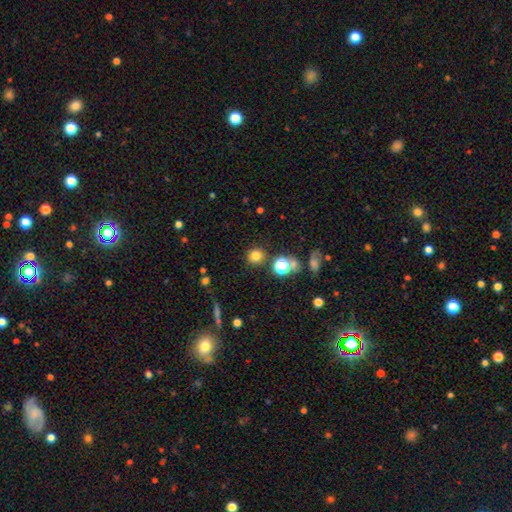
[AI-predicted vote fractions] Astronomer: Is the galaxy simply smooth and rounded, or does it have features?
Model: smooth — 77%.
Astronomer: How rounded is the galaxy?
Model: round — 90%.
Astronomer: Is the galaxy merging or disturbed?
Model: none — 85%.